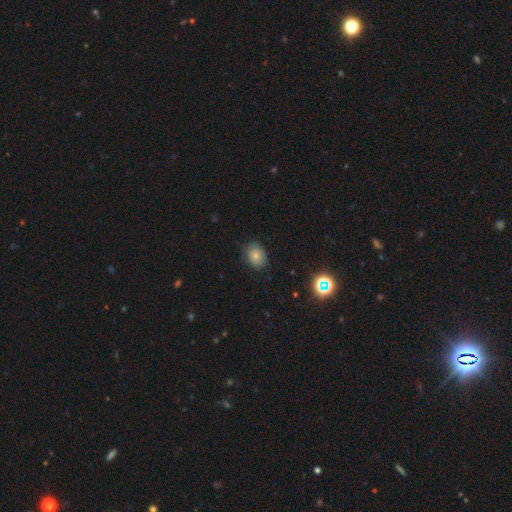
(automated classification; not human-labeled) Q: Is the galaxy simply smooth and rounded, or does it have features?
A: smooth — 79%.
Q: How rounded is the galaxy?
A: in between — 65%.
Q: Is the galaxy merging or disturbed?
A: none — 79%.